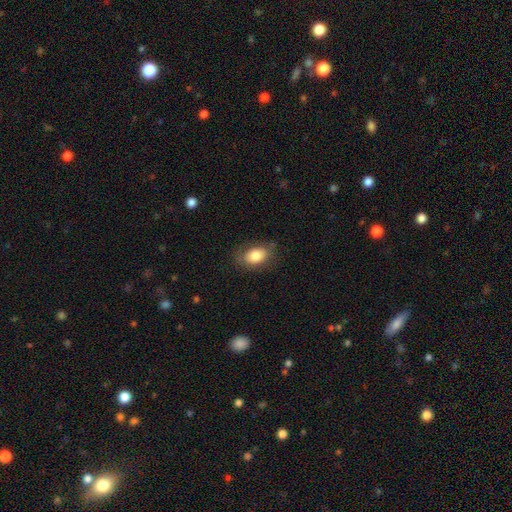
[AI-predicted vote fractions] Q: Smooth or featured?
A: smooth (80%); runner-up: featured or disk (12%)
Q: How rounded?
A: in between (85%); runner-up: round (13%)
Q: Merging?
A: none (77%); runner-up: minor disturbance (17%)